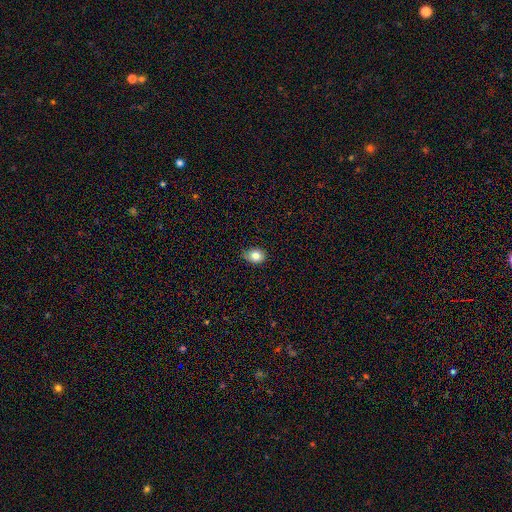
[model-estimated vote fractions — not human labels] The model was most divided on "how rounded": in between: 50%, round: 49%, cigar-shaped: 1%. More confident: smooth or featured — smooth (80%); merging — none (69%).